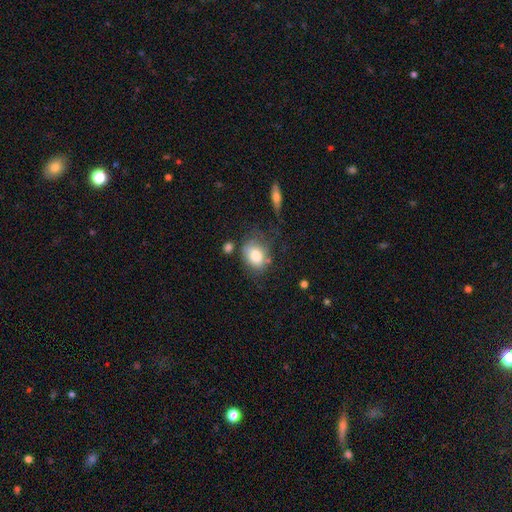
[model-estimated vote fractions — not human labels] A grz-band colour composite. It shows a smooth galaxy with no disk features (79%) that is in between round and cigar-shaped (62%). Merging: none (55%).